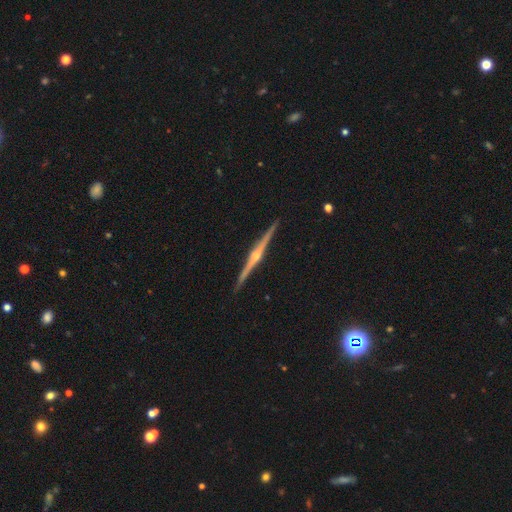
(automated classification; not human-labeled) This appears to be a featured or disk galaxy (89%) viewed edge-on (99%) with a rounded central bulge (92%). Merging: none (93%).